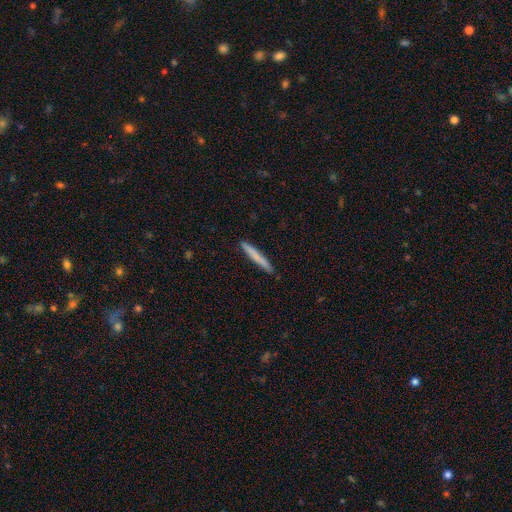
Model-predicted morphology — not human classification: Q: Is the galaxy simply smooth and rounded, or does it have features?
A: smooth — 74%.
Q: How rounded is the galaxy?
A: cigar-shaped — 96%.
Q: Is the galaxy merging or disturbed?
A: none — 90%.